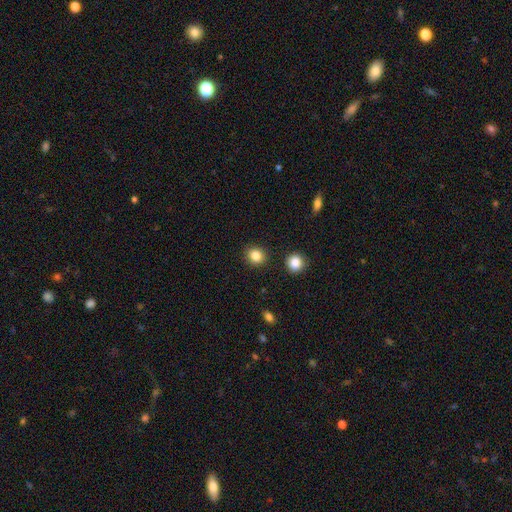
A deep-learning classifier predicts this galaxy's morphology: Overall: smooth (84%). How rounded: round (83%). Merging: none (89%).